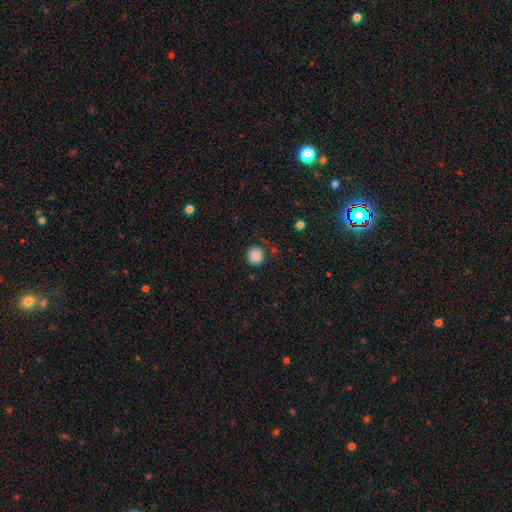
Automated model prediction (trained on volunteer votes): A smooth galaxy with no disk features (86%) that is round (94%). Merging: none (84%).